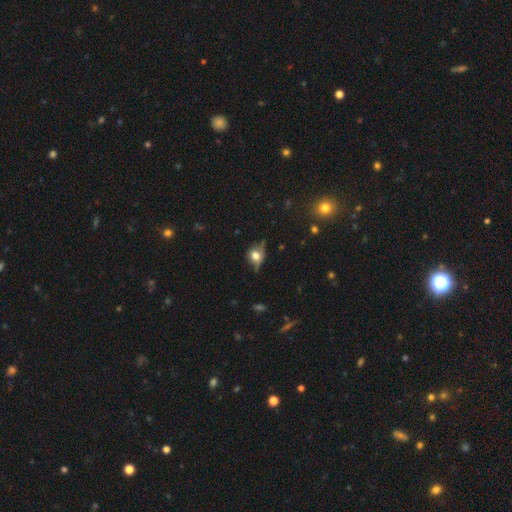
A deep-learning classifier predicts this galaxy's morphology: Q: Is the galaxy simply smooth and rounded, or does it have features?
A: smooth — 56%.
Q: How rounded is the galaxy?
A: round — 55%.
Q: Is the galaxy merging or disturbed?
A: none — 51%.